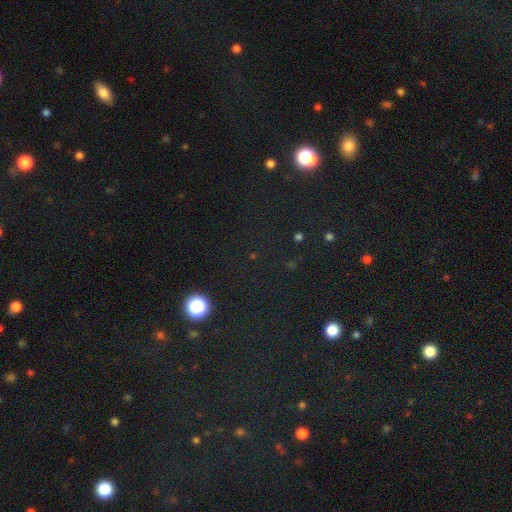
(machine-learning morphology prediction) star or artifact 72%, smooth 20%, featured or disk 8%.